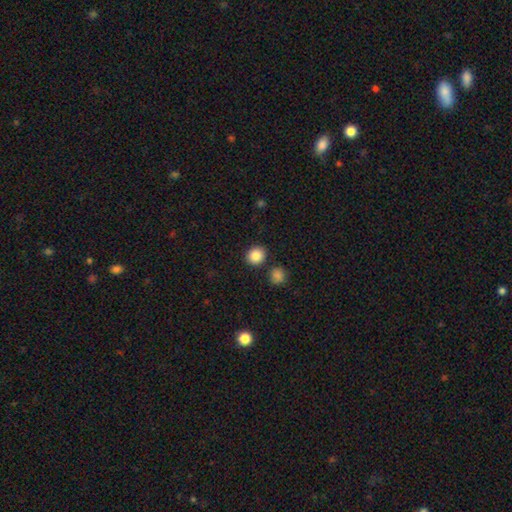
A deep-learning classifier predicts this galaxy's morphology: A smooth galaxy with no disk features (86%) that is round (82%).

Vote fractions:
- Smooth or featured? smooth: 86% / star or artifact: 9% / featured or disk: 5%
- How rounded? round: 82% / in between: 17% / cigar-shaped: 1%
- Merging? none: 87% / minor disturbance: 7% / merger: 5% / major disturbance: 2%